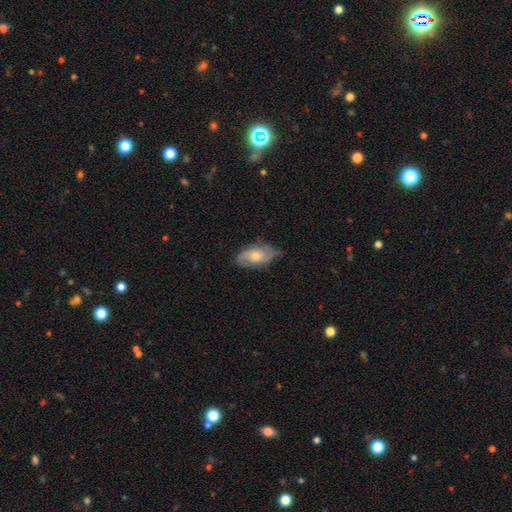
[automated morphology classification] The model was most divided on "smooth or featured": featured or disk: 53%, smooth: 39%, star or artifact: 8%. More confident: edge-on disk — no (88%); merging — none (68%).